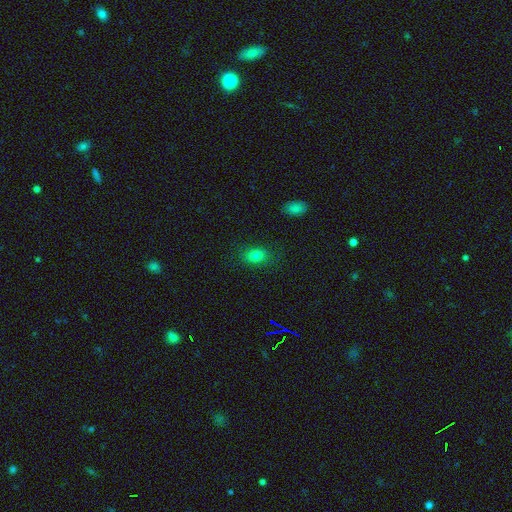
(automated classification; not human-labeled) A smooth galaxy with no disk features (79%) that is in between round and cigar-shaped (71%).

Vote fractions:
- Smooth or featured? smooth: 79% / star or artifact: 13% / featured or disk: 8%
- How rounded? in between: 71% / round: 27% / cigar-shaped: 2%
- Merging? none: 82% / minor disturbance: 13% / major disturbance: 4% / merger: 1%